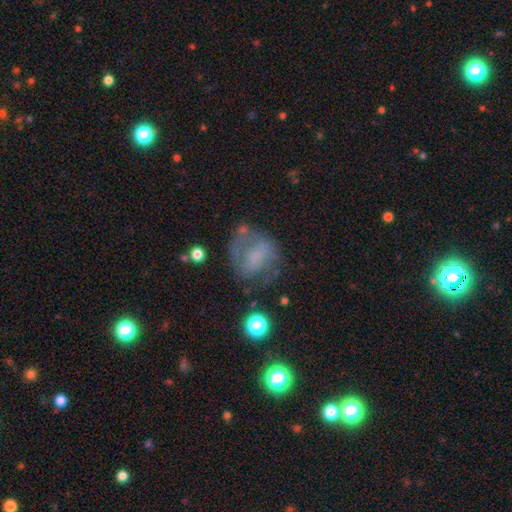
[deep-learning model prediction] This is possibly a featured or disk galaxy (51%). It is clearly not viewed edge-on (97%). Merging: possibly none (49%).